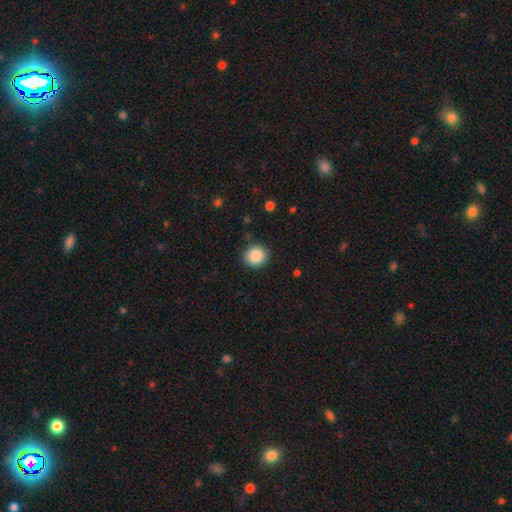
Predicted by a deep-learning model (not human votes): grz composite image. It shows a smooth galaxy with no disk features (88%) that is round (88%). Merging: none (89%).